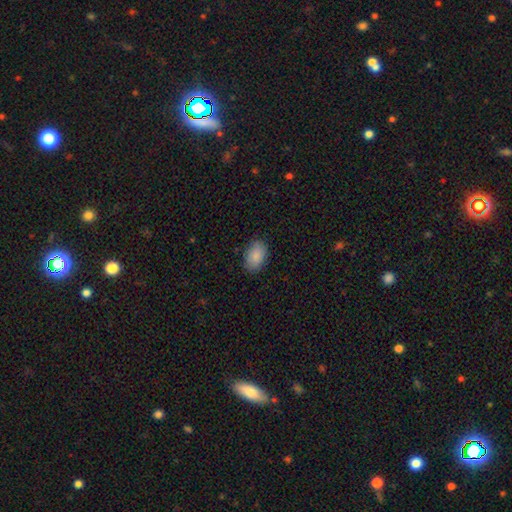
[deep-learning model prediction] A smooth galaxy with no disk features (89%) that is in between round and cigar-shaped (89%).

Vote fractions:
- Smooth or featured? smooth: 89% / star or artifact: 7% / featured or disk: 4%
- How rounded? in between: 89% / round: 10% / cigar-shaped: 1%
- Merging? none: 85% / minor disturbance: 11% / major disturbance: 3% / merger: 1%